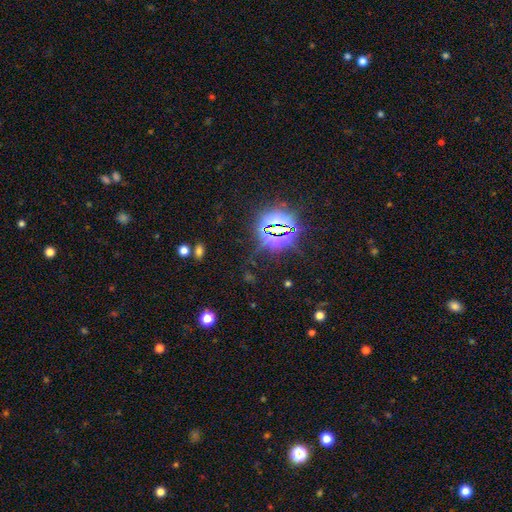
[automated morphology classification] Overall: star or artifact (81%).